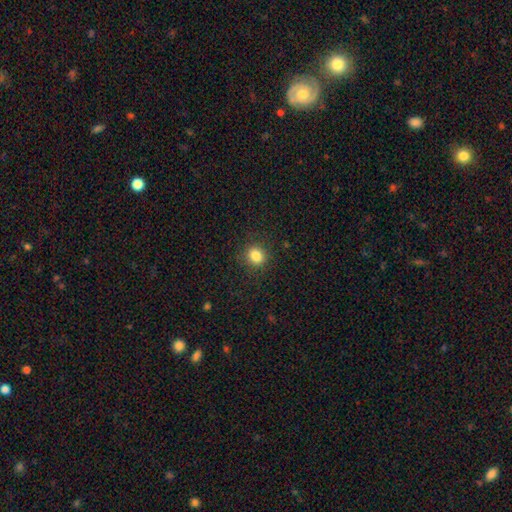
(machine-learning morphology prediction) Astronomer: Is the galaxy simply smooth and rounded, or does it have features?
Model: smooth — 84%.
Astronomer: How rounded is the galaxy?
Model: round — 77%.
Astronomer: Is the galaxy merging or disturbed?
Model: none — 87%.